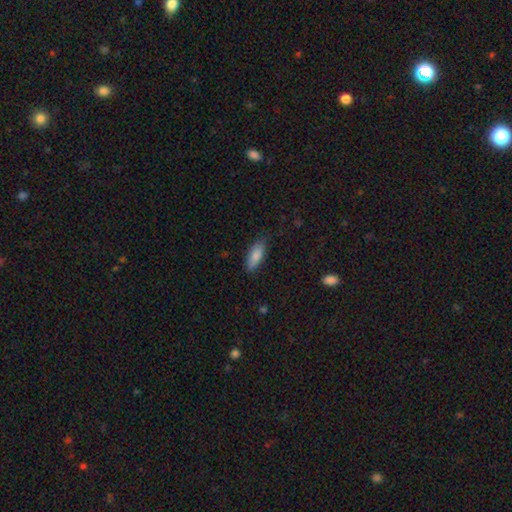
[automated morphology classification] This appears to be a smooth galaxy with no disk features (83%) that is in between round and cigar-shaped (74%). Merging: none (81%).